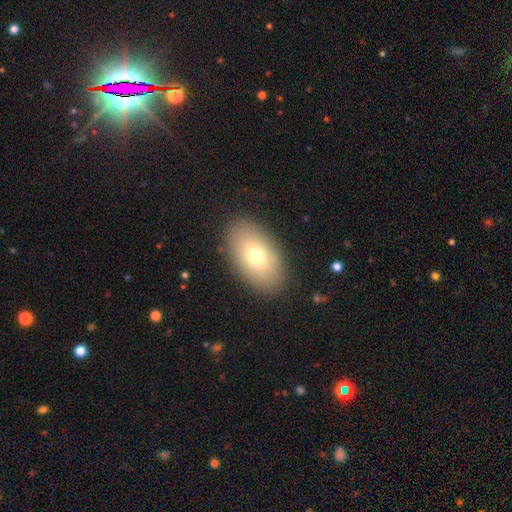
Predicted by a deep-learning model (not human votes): Smooth or featured? smooth (72%)
How rounded? in between (91%)
Merging? none (87%)